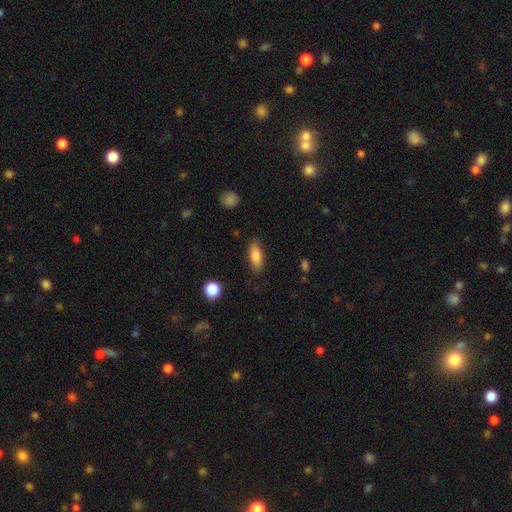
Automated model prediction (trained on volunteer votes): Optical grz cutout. It shows a smooth galaxy with no disk features (81%) that is in between round and cigar-shaped (75%). Merging: none (82%).